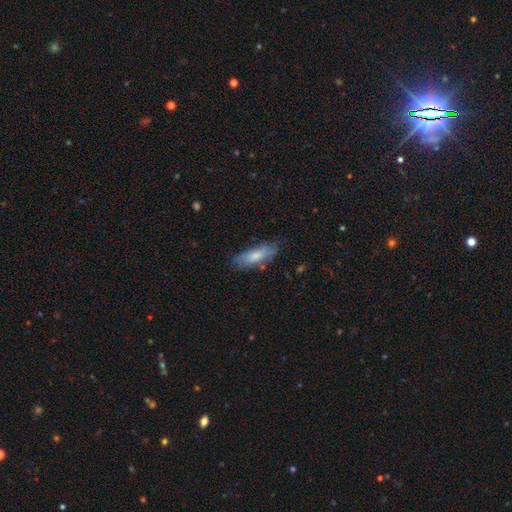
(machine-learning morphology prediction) The model was most divided on "how rounded": in between: 62%, cigar-shaped: 37%, round: 2%. More confident: merging — none (74%); smooth or featured — smooth (71%).